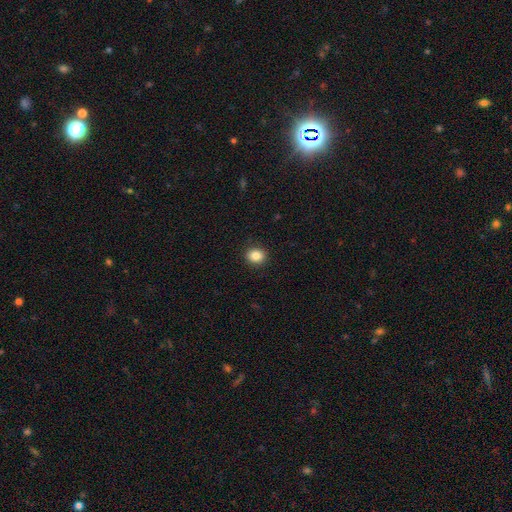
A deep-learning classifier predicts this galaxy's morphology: This appears to be a smooth galaxy with no disk features (86%) that is round (68%). Merging: none (91%).